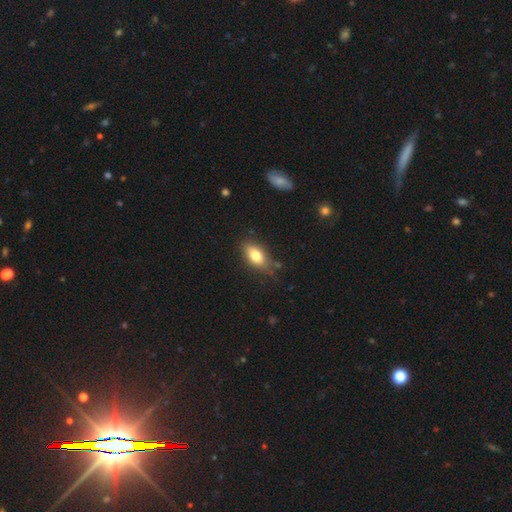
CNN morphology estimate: smooth_or_featured: smooth (p=0.77) [alt: featured or disk p=0.15]
how_rounded: in between (p=0.85) [alt: cigar-shaped p=0.08]
merging: none (p=0.74) [alt: minor disturbance p=0.19]